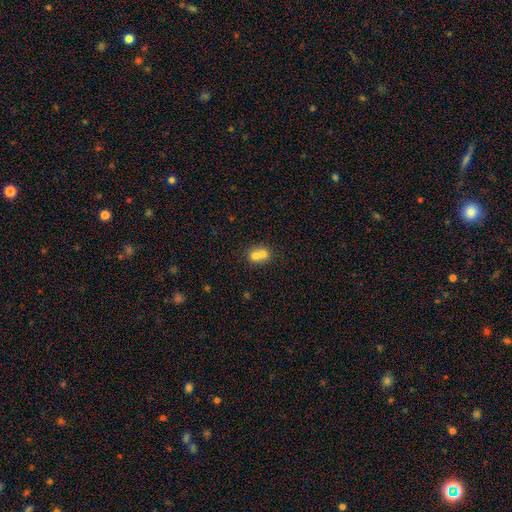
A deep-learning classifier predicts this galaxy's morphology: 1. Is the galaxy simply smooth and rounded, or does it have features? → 69% smooth, 20% featured or disk, 11% star or artifact.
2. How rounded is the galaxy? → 72% round, 27% in between, 1% cigar-shaped.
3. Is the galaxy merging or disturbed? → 68% merger, 25% none, 5% minor disturbance, 2% major disturbance.